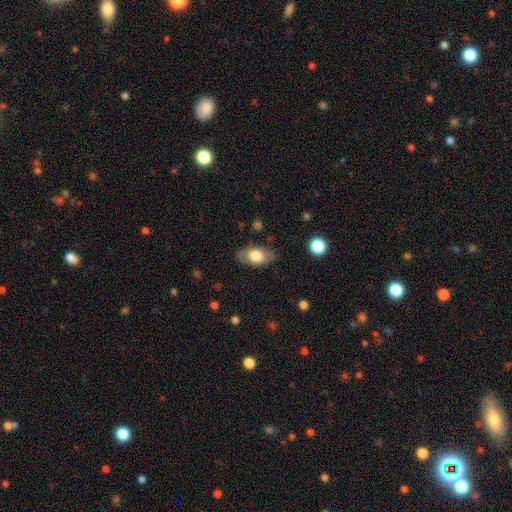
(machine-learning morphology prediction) Q: Smooth or featured?
A: smooth (72%); runner-up: featured or disk (22%)
Q: How rounded?
A: in between (90%); runner-up: round (6%)
Q: Merging?
A: none (81%); runner-up: minor disturbance (14%)